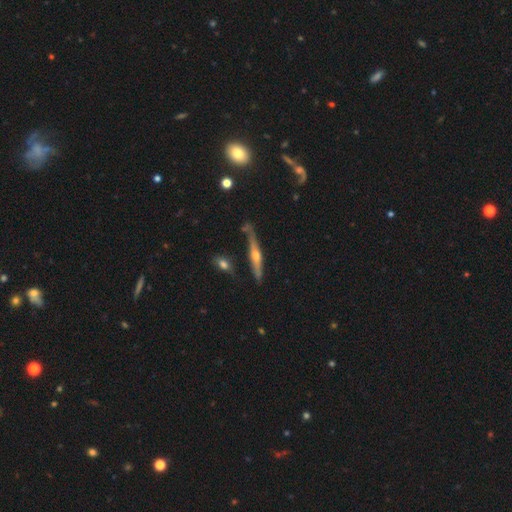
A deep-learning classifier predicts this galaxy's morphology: Smooth or featured?
  - featured or disk: 75% *
  - smooth: 18%
  - star or artifact: 7%
Edge-on disk?
  - yes: 96% *
  - no: 4%
Edge-on bulge?
  - rounded: 87% *
  - none: 8%
  - boxy: 5%
Merging?
  - none: 74% *
  - minor disturbance: 17%
  - merger: 5%
  - major disturbance: 4%